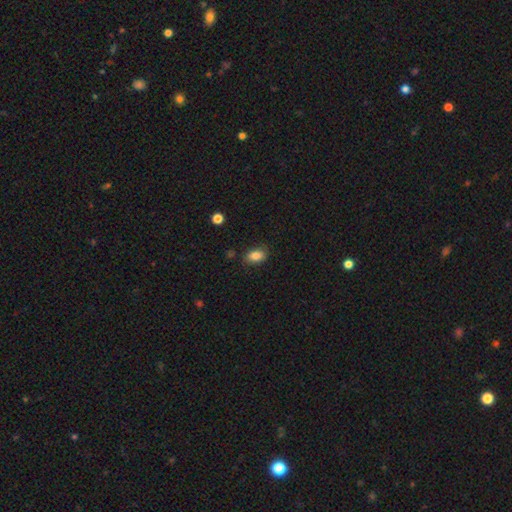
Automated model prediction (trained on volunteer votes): Overall: smooth (84%). How rounded: in between (87%). Merging: none (83%).